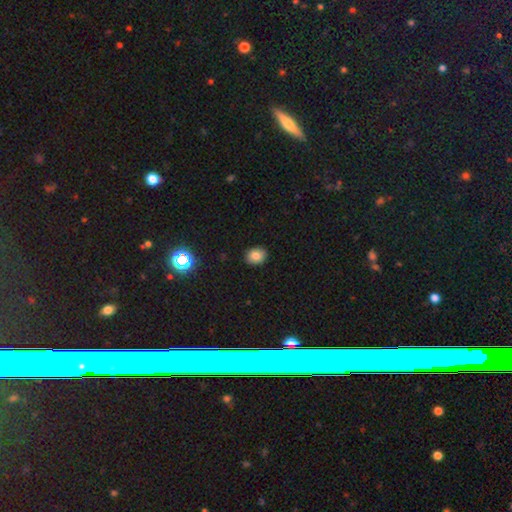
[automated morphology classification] Smooth or featured: smooth — 80% (star or artifact — 12%)
How rounded: in between — 55% (round — 44%)
Merging: none — 90% (minor disturbance — 7%)